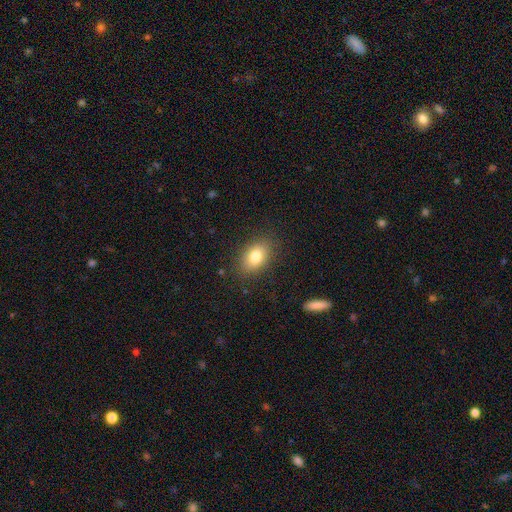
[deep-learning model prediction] A smooth galaxy with no disk features (81%) that is in between round and cigar-shaped (84%).

Vote fractions:
- Smooth or featured? smooth: 81% / featured or disk: 10% / star or artifact: 9%
- How rounded? in between: 84% / round: 14% / cigar-shaped: 2%
- Merging? none: 85% / minor disturbance: 11% / major disturbance: 3% / merger: 1%